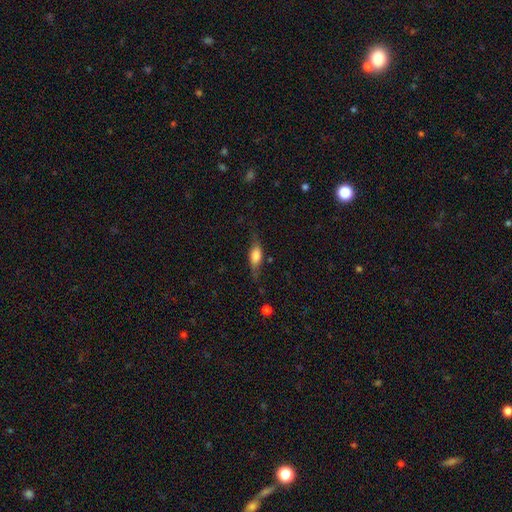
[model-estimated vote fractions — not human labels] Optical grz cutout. It shows a smooth galaxy with no disk features (60%) that is in between round and cigar-shaped (67%). Merging: none (64%).